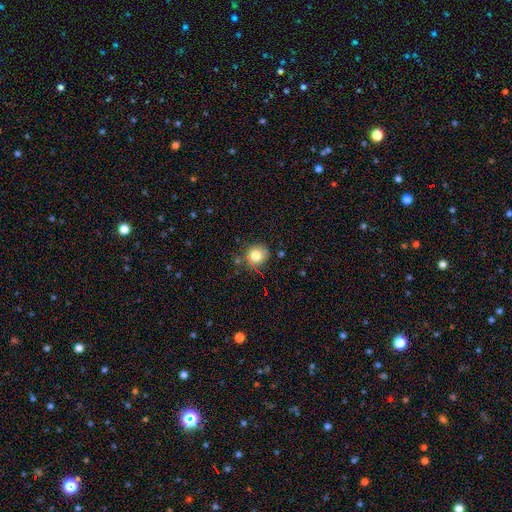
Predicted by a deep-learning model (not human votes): The model was most divided on "merging": none: 75%, minor disturbance: 16%, merger: 5%, major disturbance: 4%. More confident: how rounded — round (87%); smooth or featured — smooth (79%).